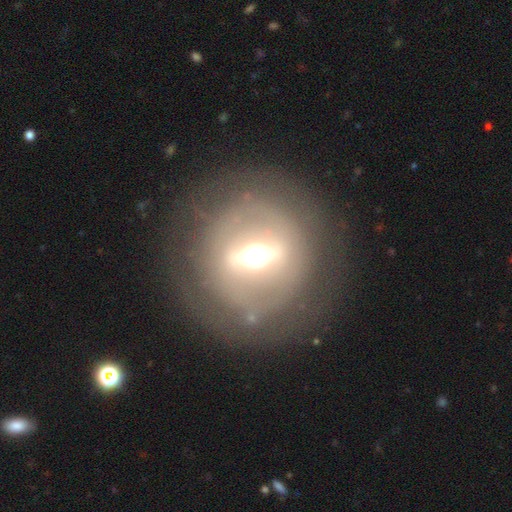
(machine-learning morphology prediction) Q: Smooth or featured?
A: featured or disk (73%); runner-up: smooth (18%)
Q: Edge-on disk?
A: no (76%); runner-up: yes (24%)
Q: Bar?
A: strong (68%); runner-up: weak (22%)
Q: Spiral arms?
A: no (72%); runner-up: yes (28%)
Q: Bulge size?
A: moderate (58%); runner-up: large (27%)
Q: Merging?
A: none (76%); runner-up: minor disturbance (12%)